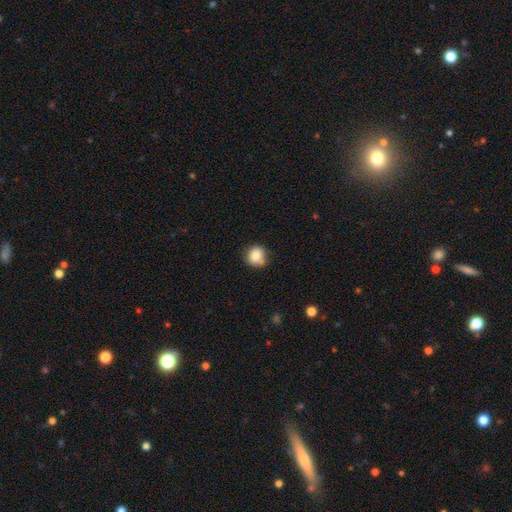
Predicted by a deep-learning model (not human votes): Overall: smooth (82%). How rounded: round (85%). Merging: none (69%).